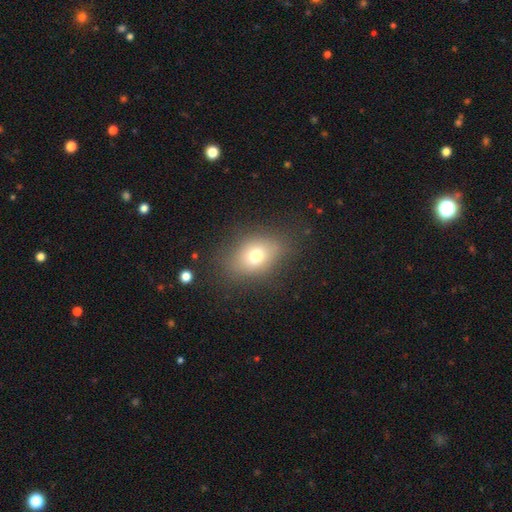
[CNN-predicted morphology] Smooth or featured? smooth (73%)
How rounded? in between (70%)
Merging? none (74%)